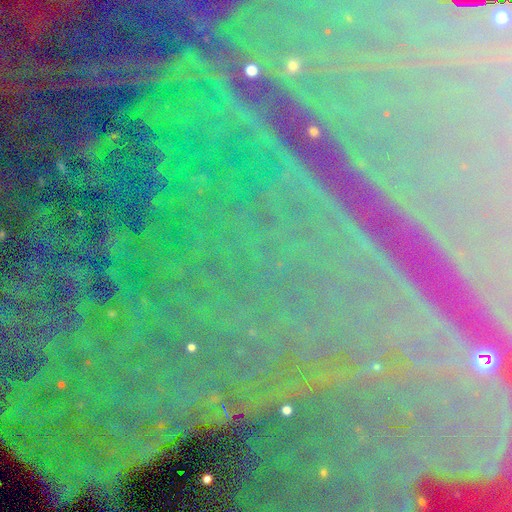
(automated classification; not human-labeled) This appears to be a star or artifact, not a galaxy (86%).